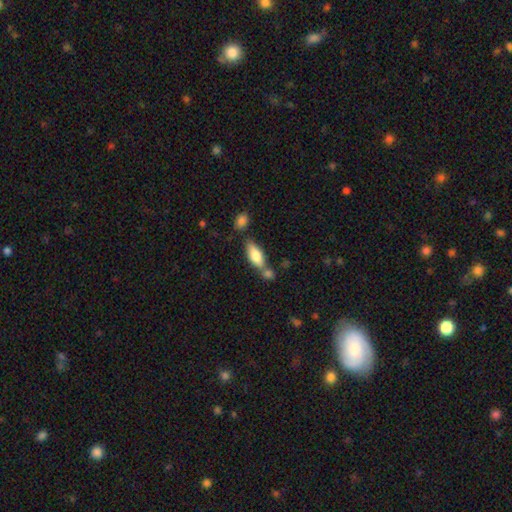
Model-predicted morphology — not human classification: Overall: smooth (72%). How rounded: in between (72%). Merging: none (53%; merger 28%).